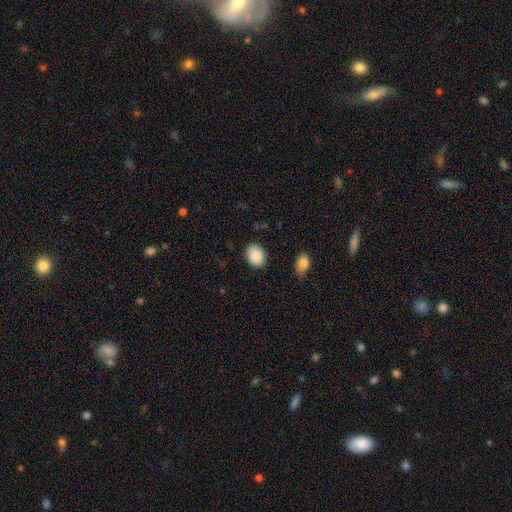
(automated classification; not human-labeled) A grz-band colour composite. It shows a smooth galaxy with no disk features (88%) that is in between round and cigar-shaped (70%). Merging: none (87%).